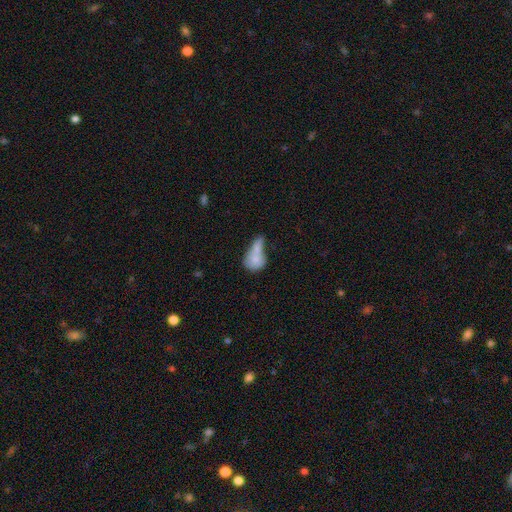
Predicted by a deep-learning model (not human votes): A smooth galaxy with no disk features (70%) that is in between round and cigar-shaped (59%).

Vote fractions:
- Smooth or featured? smooth: 70% / featured or disk: 22% / star or artifact: 8%
- How rounded? in between: 59% / round: 37% / cigar-shaped: 5%
- Merging? merger: 55% / none: 18% / major disturbance: 14% / minor disturbance: 13%